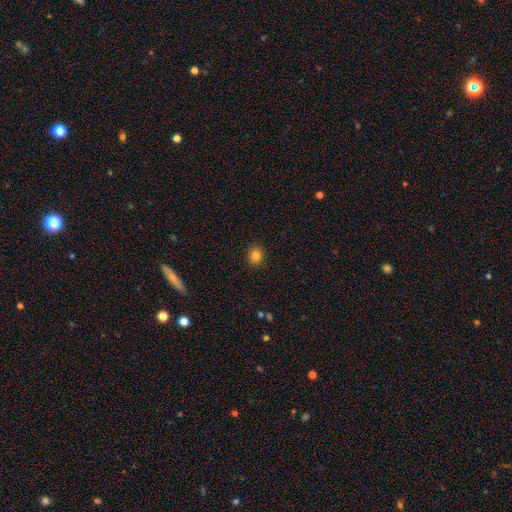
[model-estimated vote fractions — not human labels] Morphology: type=smooth (82%); roundness=round (84%); merging=none (91%).